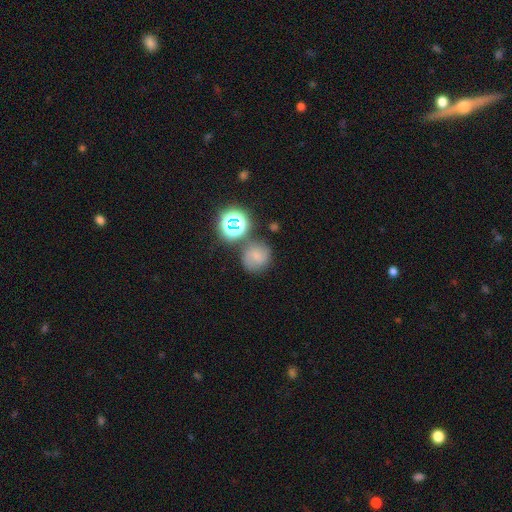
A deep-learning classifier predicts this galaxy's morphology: A smooth galaxy with no disk features (48%).

Vote fractions:
- Smooth or featured? smooth: 48% / featured or disk: 30% / star or artifact: 21%
- Merging? none: 67% / minor disturbance: 16% / merger: 11% / major disturbance: 6%